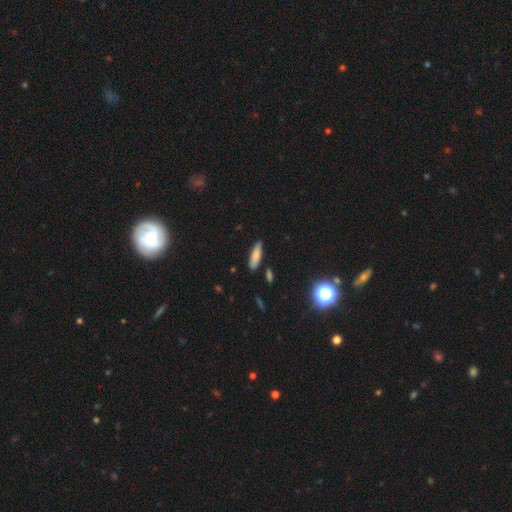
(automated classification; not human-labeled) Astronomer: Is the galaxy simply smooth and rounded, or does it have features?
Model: smooth — 77%.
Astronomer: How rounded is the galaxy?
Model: cigar-shaped — 49% (runner-up: in between, 48%).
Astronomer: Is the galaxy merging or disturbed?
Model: none — 84%.